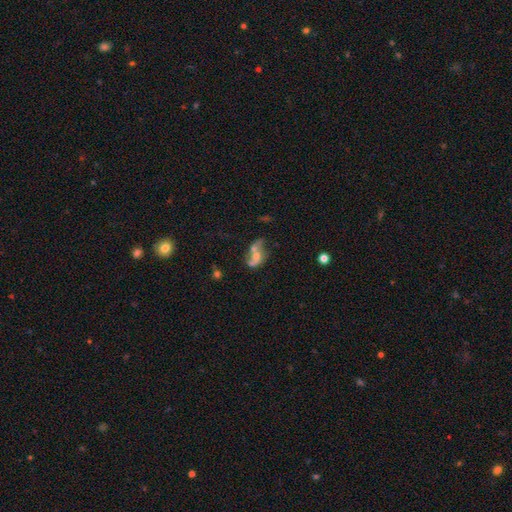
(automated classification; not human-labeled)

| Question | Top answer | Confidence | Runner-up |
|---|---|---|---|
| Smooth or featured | featured or disk | 53% | smooth (34%) |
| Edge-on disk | no | 96% | yes (4%) |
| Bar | no | 77% | weak (18%) |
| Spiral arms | yes | 51% | no (49%) |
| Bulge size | moderate | 46% | small (32%) |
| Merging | merger | 44% | none (26%) |